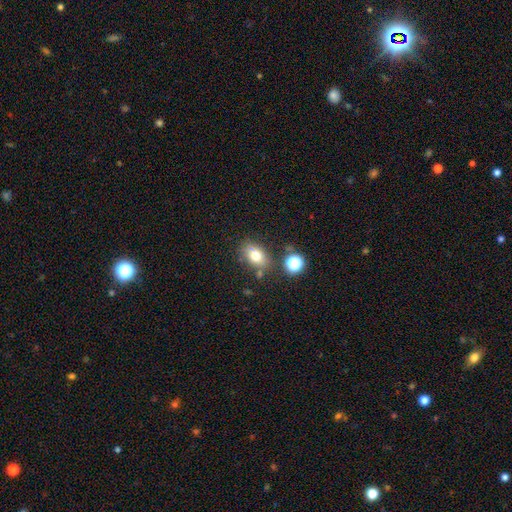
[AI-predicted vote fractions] Smooth or featured? smooth (76%)
How rounded? in between (78%)
Merging? none (73%)